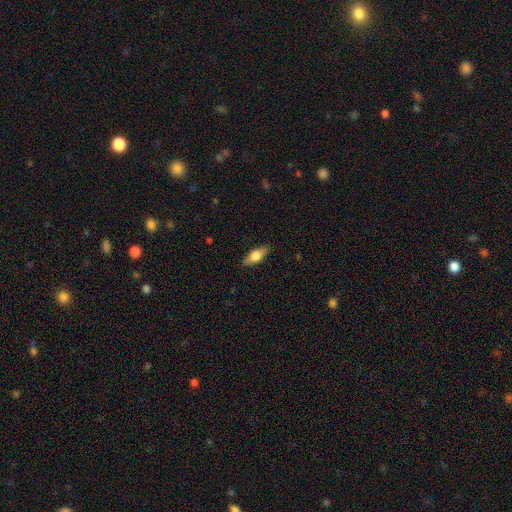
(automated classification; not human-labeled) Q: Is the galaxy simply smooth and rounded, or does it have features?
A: smooth — 67%.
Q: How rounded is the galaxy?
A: in between — 74%.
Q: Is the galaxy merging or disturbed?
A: none — 87%.